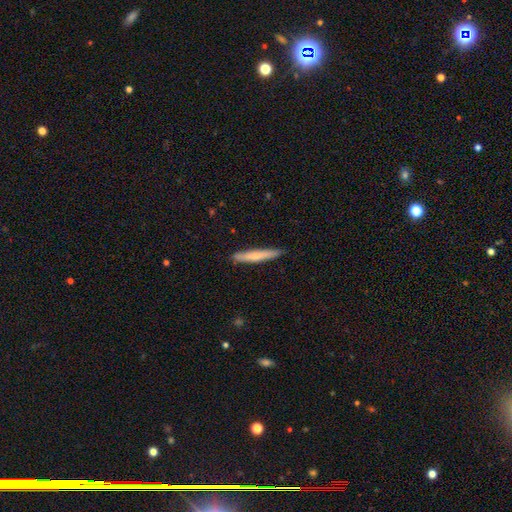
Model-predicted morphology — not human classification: A smooth galaxy with no disk features (64%) that is cigar-shaped (95%).

Vote fractions:
- Smooth or featured? smooth: 64% / featured or disk: 30% / star or artifact: 5%
- How rounded? cigar-shaped: 95% / in between: 4% / round: 1%
- Merging? none: 88% / minor disturbance: 10% / major disturbance: 1% / merger: 1%